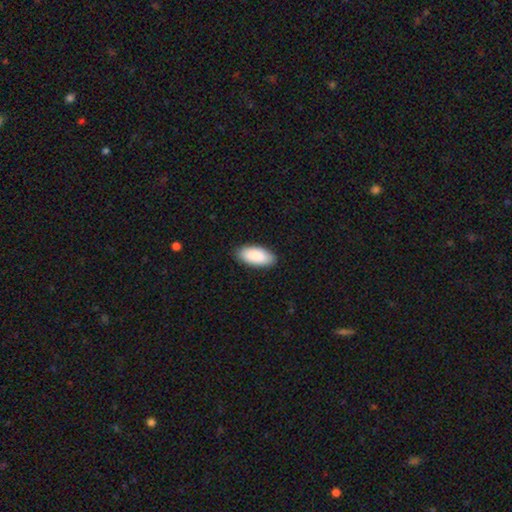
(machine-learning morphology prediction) smooth-or-featured: smooth: 91% | star or artifact: 5% | featured or disk: 4%
  how-rounded: in between: 92% | cigar-shaped: 6% | round: 2%
  merging: none: 87% | minor disturbance: 10% | major disturbance: 2% | merger: 1%